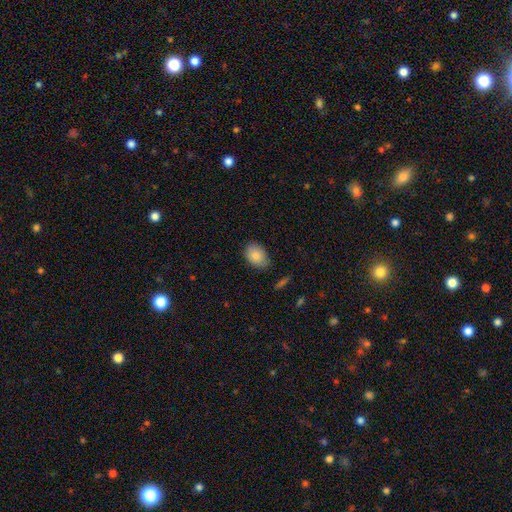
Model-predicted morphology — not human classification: Smooth or featured? smooth (85%)
How rounded? in between (79%)
Merging? none (80%)